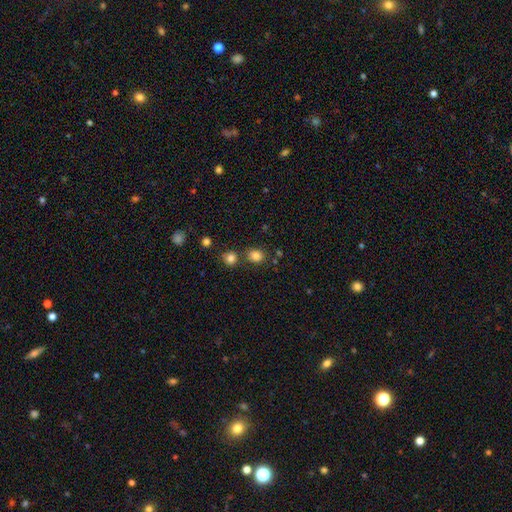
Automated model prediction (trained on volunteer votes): Smooth or featured?
  - smooth: 82% *
  - star or artifact: 13%
  - featured or disk: 5%
How rounded?
  - round: 69% *
  - in between: 30%
  - cigar-shaped: 1%
Merging?
  - none: 75% *
  - merger: 13%
  - minor disturbance: 9%
  - major disturbance: 3%